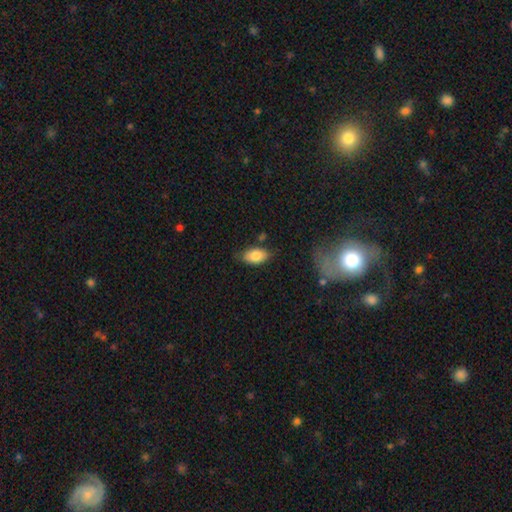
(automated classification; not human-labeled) Overall: smooth (82%). How rounded: in between (92%). Merging: none (75%).